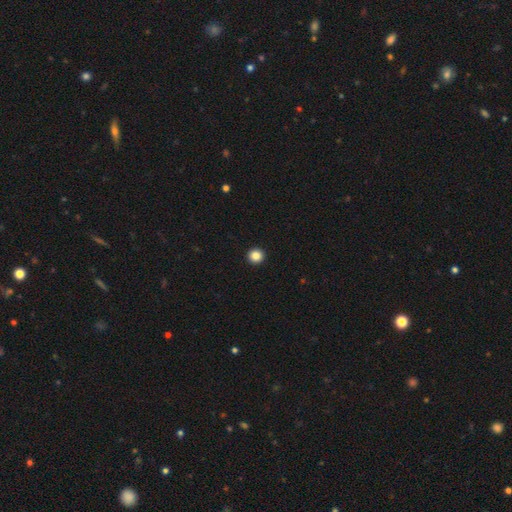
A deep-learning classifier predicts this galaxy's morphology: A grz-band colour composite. It shows a smooth galaxy with no disk features (86%) that is round (96%). Merging: none (94%).